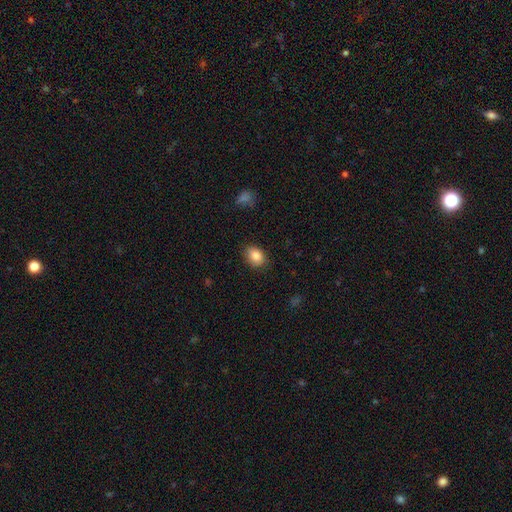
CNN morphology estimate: A smooth galaxy with no disk features (87%) that is in between round and cigar-shaped (73%). Merging: none (84%).